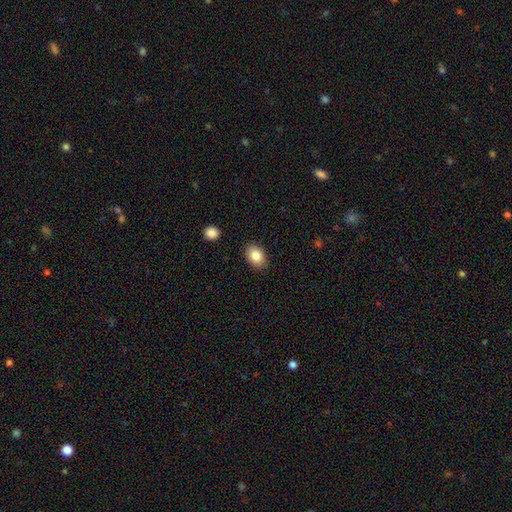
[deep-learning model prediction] Q: Smooth or featured?
A: smooth (85%); runner-up: star or artifact (8%)
Q: How rounded?
A: in between (79%); runner-up: round (20%)
Q: Merging?
A: none (86%); runner-up: minor disturbance (10%)